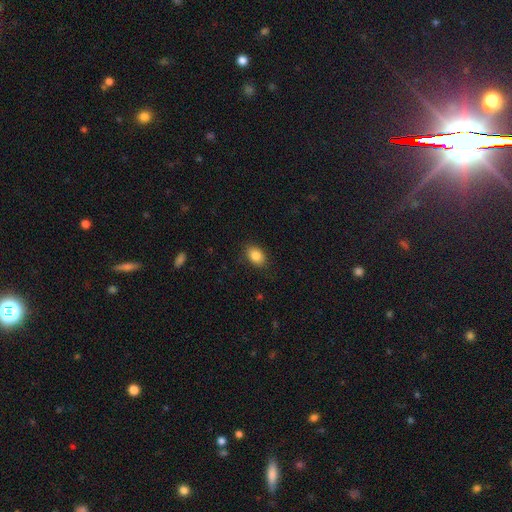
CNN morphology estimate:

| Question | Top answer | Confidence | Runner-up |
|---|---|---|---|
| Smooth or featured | smooth | 85% | star or artifact (9%) |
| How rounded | in between | 78% | round (21%) |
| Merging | none | 85% | minor disturbance (11%) |